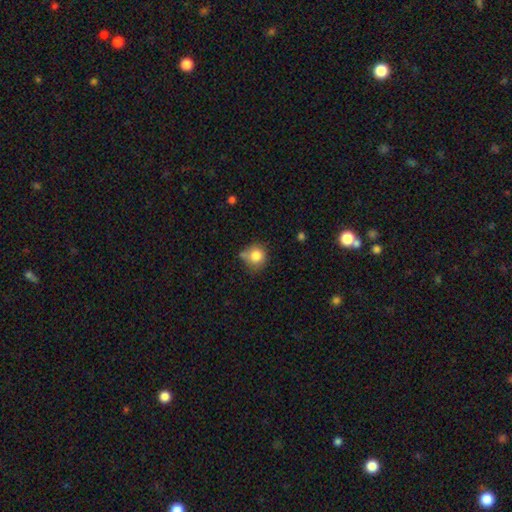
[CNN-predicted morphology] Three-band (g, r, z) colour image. It shows a smooth galaxy with no disk features (81%) that is round (85%). Merging: none (59%).